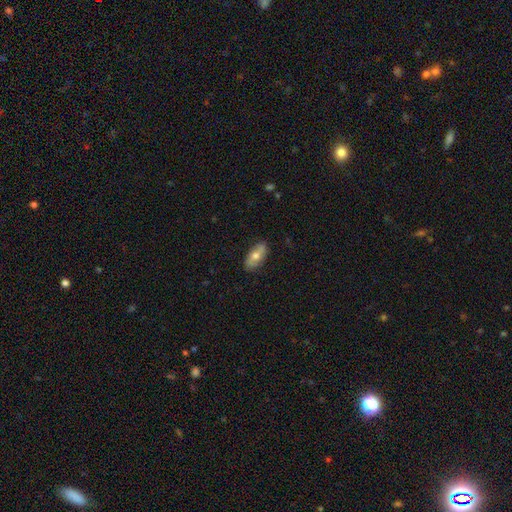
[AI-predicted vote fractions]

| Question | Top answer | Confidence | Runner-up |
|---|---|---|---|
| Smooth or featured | smooth | 59% | featured or disk (35%) |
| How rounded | in between | 84% | cigar-shaped (12%) |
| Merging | none | 83% | minor disturbance (13%) |